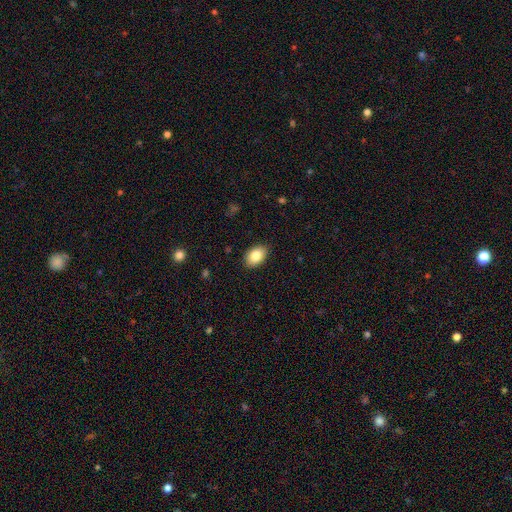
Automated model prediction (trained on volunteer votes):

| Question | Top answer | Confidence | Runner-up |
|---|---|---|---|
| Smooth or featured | smooth | 84% | featured or disk (9%) |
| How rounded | in between | 88% | round (10%) |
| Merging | none | 88% | minor disturbance (9%) |